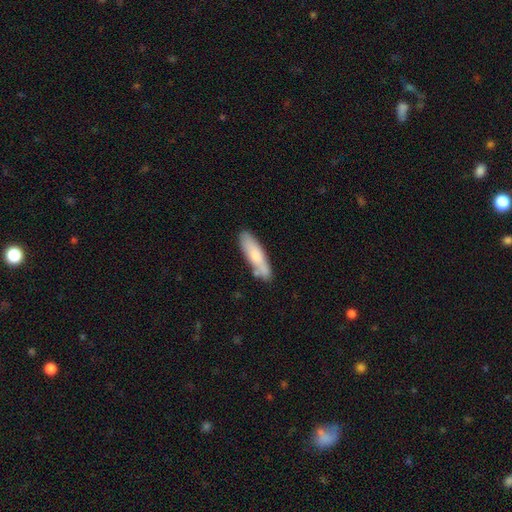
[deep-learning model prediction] Smooth or featured? smooth (73%)
How rounded? cigar-shaped (69%)
Merging? none (74%)